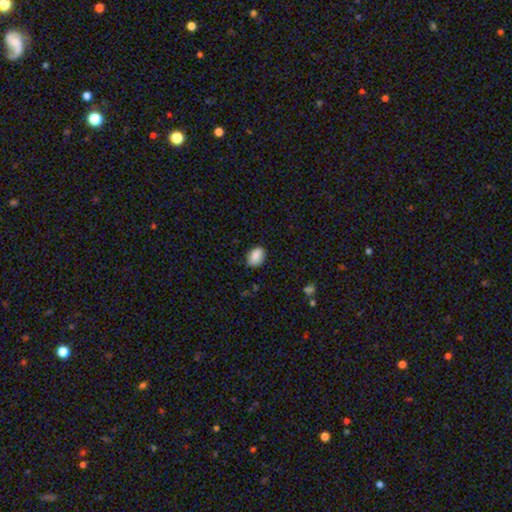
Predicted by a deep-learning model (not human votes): Smooth or featured? smooth (87%)
How rounded? in between (74%)
Merging? none (78%)